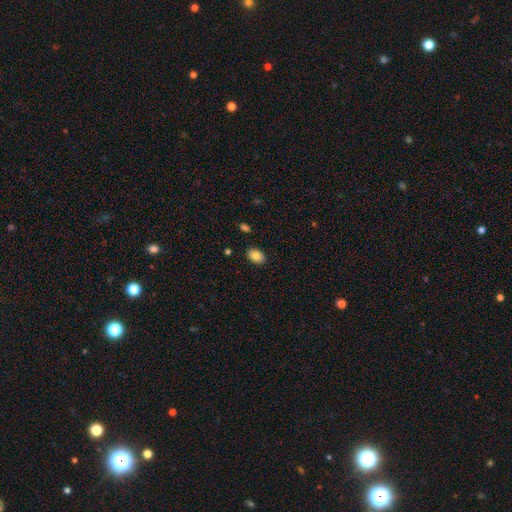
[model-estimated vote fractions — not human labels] smooth 83%, featured or disk 9%, star or artifact 8%. Down the decision tree: how rounded — in between (84%); merging — none (88%).